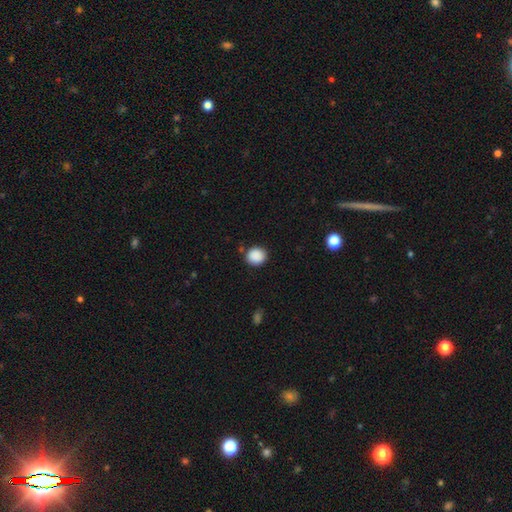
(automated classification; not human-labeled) Morphology: type=smooth (89%); roundness=round (84%); merging=none (87%).